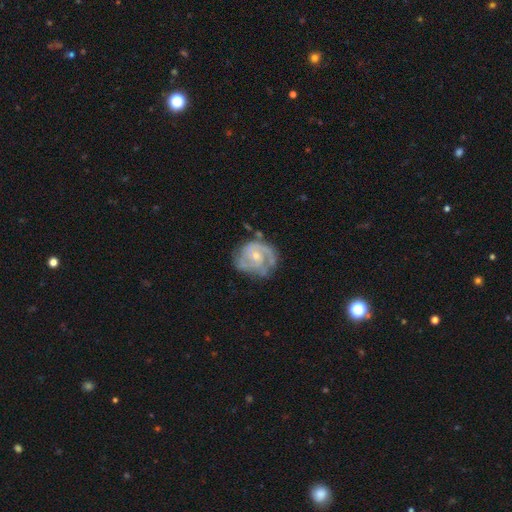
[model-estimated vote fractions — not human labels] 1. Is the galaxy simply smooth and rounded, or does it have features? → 82% featured or disk, 12% smooth, 5% star or artifact.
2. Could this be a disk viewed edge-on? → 98% no, 2% yes.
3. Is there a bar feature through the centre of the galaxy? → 65% no, 30% weak, 5% strong.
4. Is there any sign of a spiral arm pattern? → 92% yes, 8% no.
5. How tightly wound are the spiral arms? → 51% tight, 38% medium, 11% loose.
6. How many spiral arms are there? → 52% 2, 20% can't tell, 15% 3, 7% 1, 3% 4, 3% more than 4.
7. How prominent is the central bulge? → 64% small, 32% moderate, 2% none, 1% large, 1% dominant.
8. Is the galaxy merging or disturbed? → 60% none, 24% minor disturbance, 12% major disturbance, 3% merger.